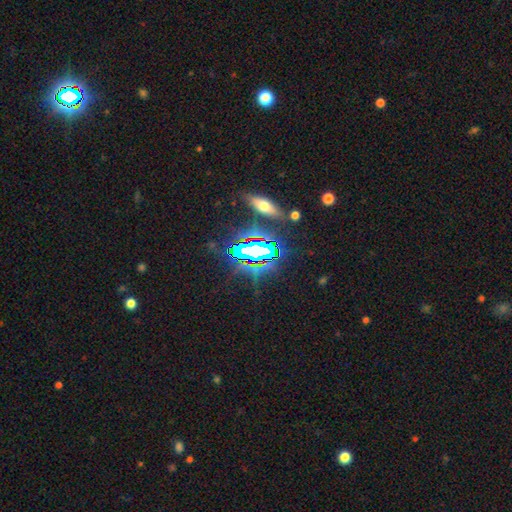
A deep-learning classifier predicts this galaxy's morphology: Smooth or featured: star or artifact — 69% (smooth — 18%)